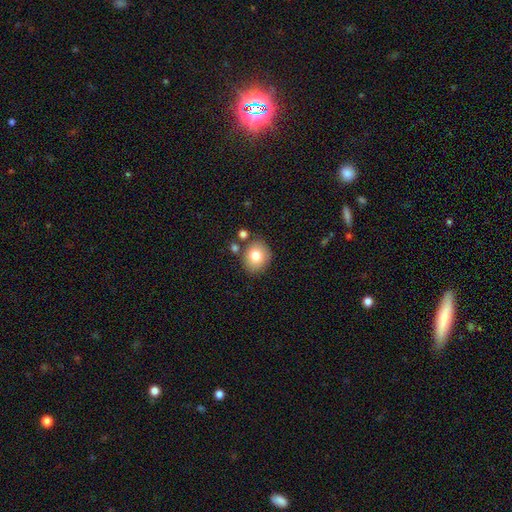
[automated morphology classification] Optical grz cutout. It shows a smooth galaxy with no disk features (78%) that is round (71%). Merging: none (77%).